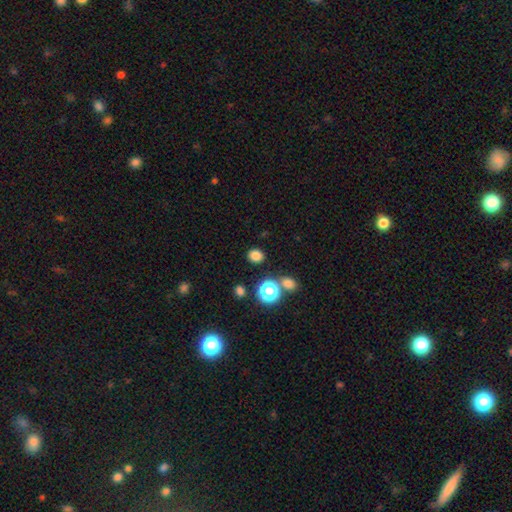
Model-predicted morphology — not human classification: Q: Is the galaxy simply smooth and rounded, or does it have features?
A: smooth — 80%.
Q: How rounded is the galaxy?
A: round — 69%.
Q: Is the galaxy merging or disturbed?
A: none — 86%.